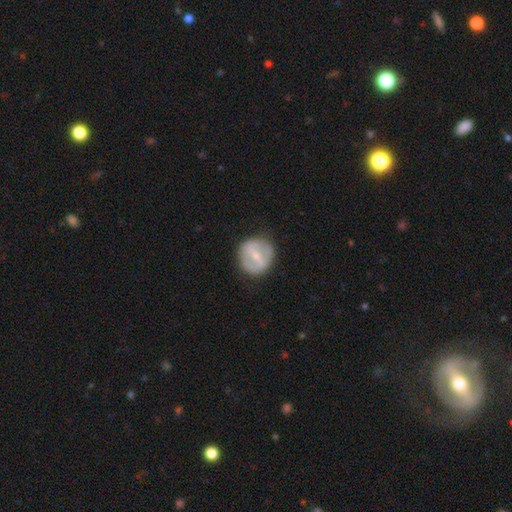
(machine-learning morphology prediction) Overall: featured or disk (58%; smooth 36%). Edge-on disk: no (94%). Bar: strong (50%; weak 35%). Spiral arms: no (74%). Bulge size: small (52%; moderate 43%). Merging: none (82%).